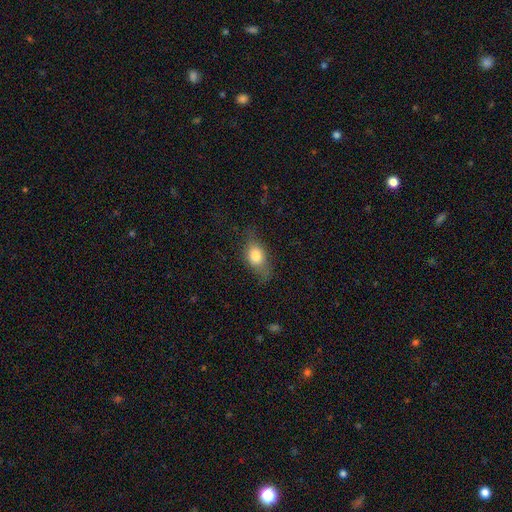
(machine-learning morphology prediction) Overall: smooth (74%). How rounded: in between (73%). Merging: none (60%; minor disturbance 27%).